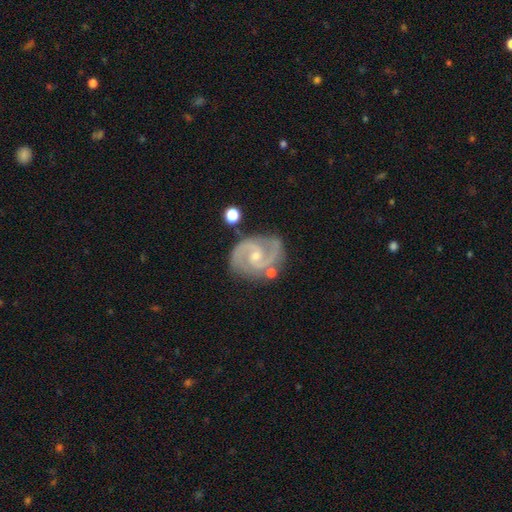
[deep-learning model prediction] Morphology: type=featured or disk (92%); edge-on=no (98%); bar=no (44%, tied with weak); spiral arms=yes (98%); winding=medium (62%); arm count=2 (93%); bulge=small (62%); merging=none (76%).